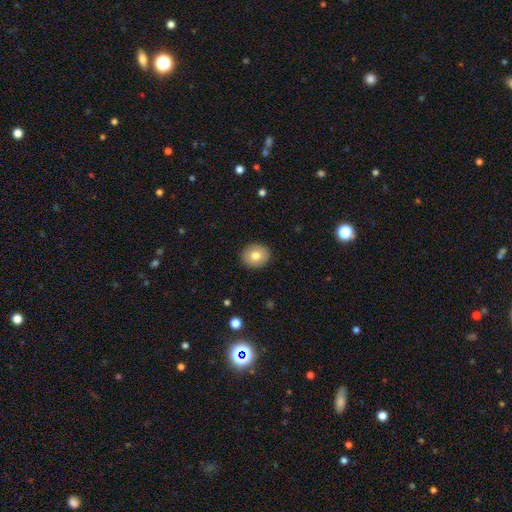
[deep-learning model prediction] Overall: smooth (78%). How rounded: round (76%). Merging: none (91%).